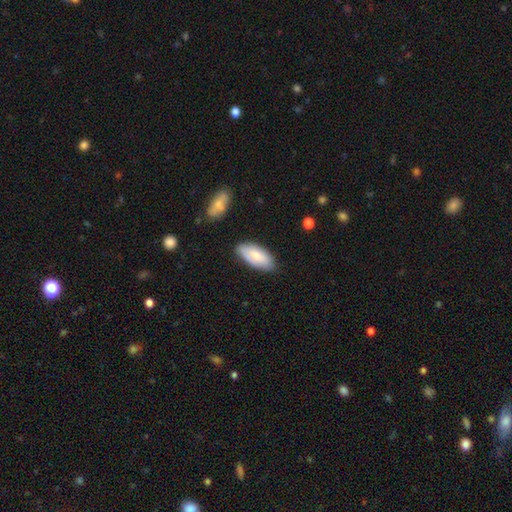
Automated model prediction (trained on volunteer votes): This appears to be a smooth galaxy with no disk features (72%) that is in between round and cigar-shaped (90%). Merging: none (78%).